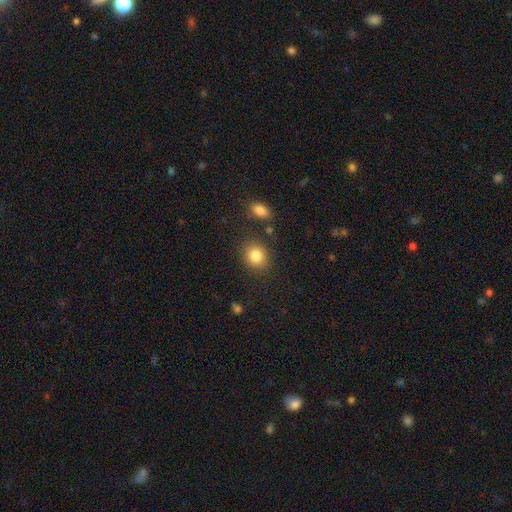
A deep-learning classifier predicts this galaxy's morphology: A smooth galaxy with no disk features (85%) that is round (68%).

Vote fractions:
- Smooth or featured? smooth: 85% / star or artifact: 9% / featured or disk: 6%
- How rounded? round: 68% / in between: 31% / cigar-shaped: 1%
- Merging? none: 83% / minor disturbance: 10% / merger: 4% / major disturbance: 3%